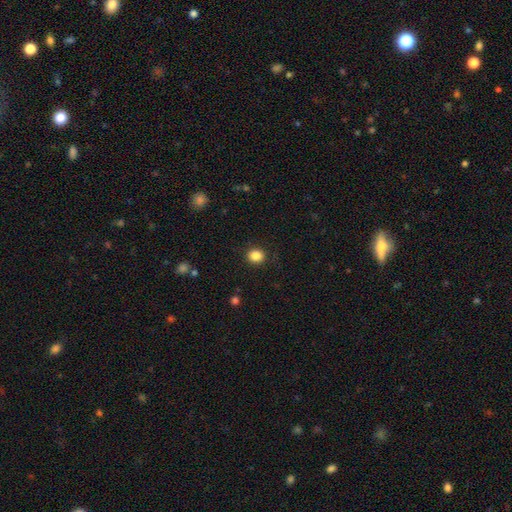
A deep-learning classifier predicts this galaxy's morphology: A smooth galaxy with no disk features (86%) that is round (75%). Merging: none (89%).